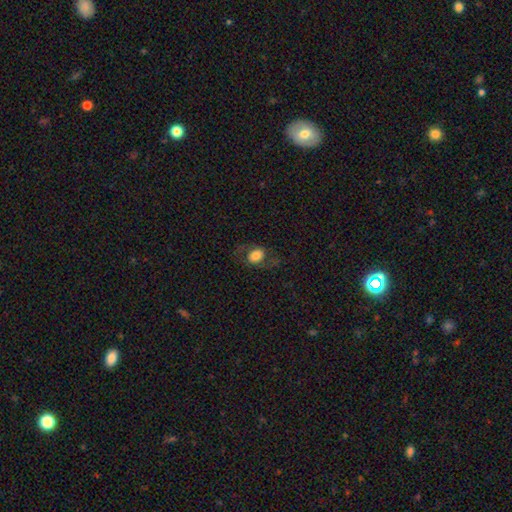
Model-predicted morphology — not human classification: smooth 62%, featured or disk 29%, star or artifact 9%. Down the decision tree: how rounded — in between (61%); merging — none (66%).